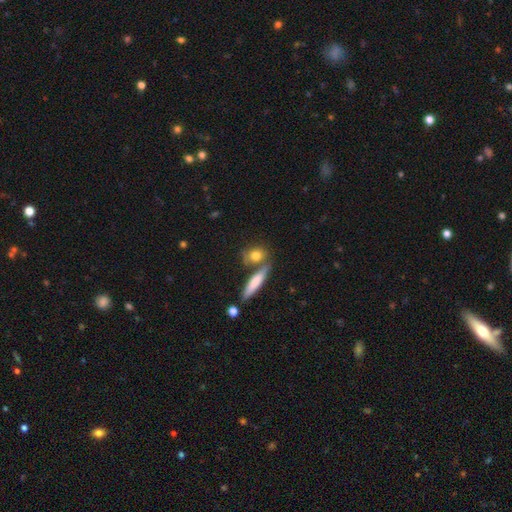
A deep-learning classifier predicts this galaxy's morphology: smooth 76%, featured or disk 16%, star or artifact 8%. Down the decision tree: how rounded — round (42%); merging — none (58%).